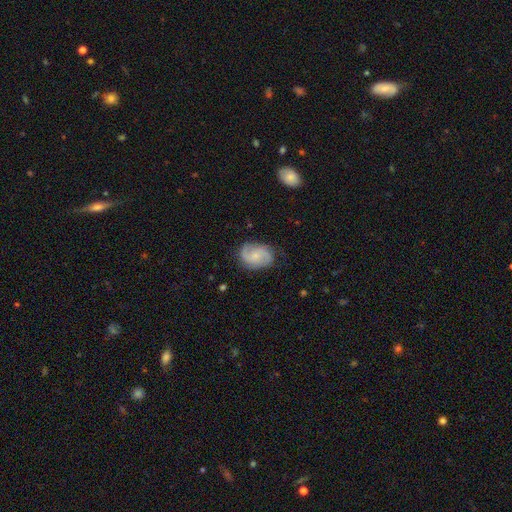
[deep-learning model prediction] Smooth or featured?
  - featured or disk: 72% *
  - smooth: 22%
  - star or artifact: 6%
Edge-on disk?
  - no: 97% *
  - yes: 3%
Bar?
  - no: 63% *
  - weak: 32%
  - strong: 5%
Spiral arms?
  - yes: 95% *
  - no: 5%
Spiral winding?
  - medium: 47% *
  - loose: 30%
  - tight: 23%
Spiral arm count?
  - 2: 84% *
  - can't tell: 7%
  - 3: 5%
  - 1: 2%
  - 4: 1%
  - more than 4: 1%
Bulge size?
  - small: 61% *
  - moderate: 26%
  - none: 10%
  - large: 2%
  - dominant: 1%
Merging?
  - none: 76% *
  - minor disturbance: 17%
  - major disturbance: 5%
  - merger: 1%